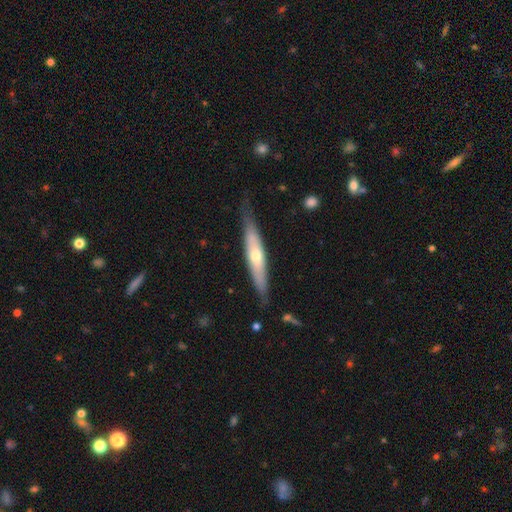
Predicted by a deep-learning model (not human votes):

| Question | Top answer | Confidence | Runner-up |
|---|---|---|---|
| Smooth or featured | featured or disk | 57% | smooth (38%) |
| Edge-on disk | yes | 86% | no (14%) |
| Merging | none | 79% | minor disturbance (17%) |